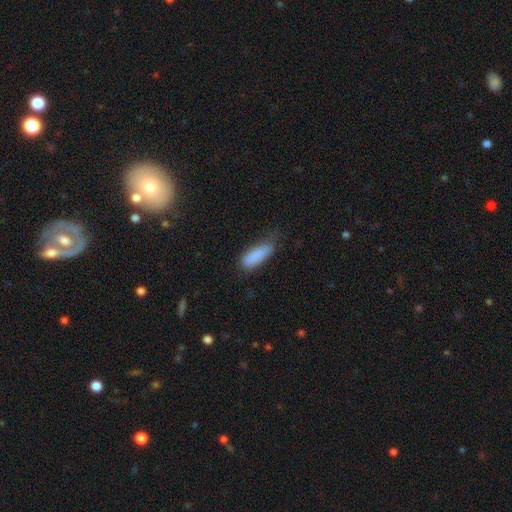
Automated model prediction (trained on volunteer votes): Smooth or featured: smooth — 87% (star or artifact — 7%)
How rounded: in between — 59% (cigar-shaped — 39%)
Merging: none — 57% (minor disturbance — 33%)